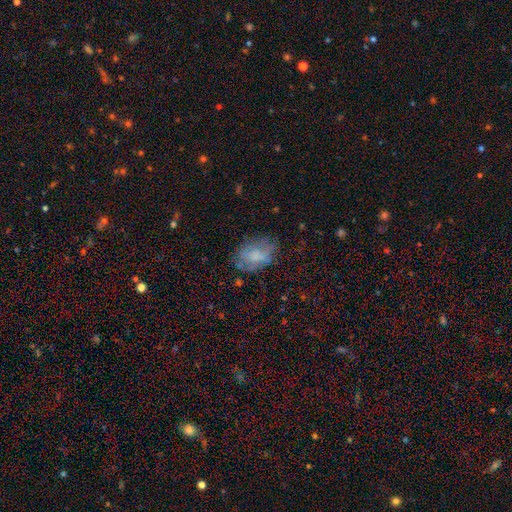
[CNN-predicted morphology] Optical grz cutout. It shows a smooth galaxy with no disk features (59%) that is in between round and cigar-shaped (82%). Merging: none (61%).